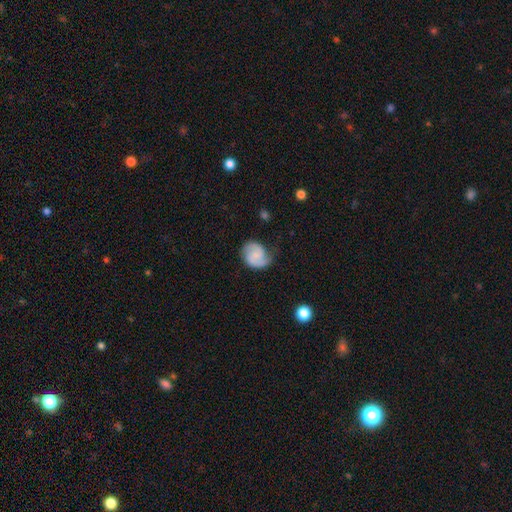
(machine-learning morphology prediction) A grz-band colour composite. It shows a featured or disk galaxy (66%) with no bar (55%), 2 (83%) medium (46%) spiral arms (95%) and a small central bulge (41%). Merging: none (65%).